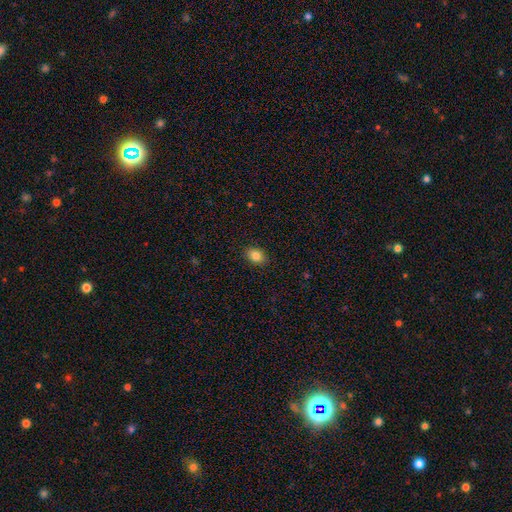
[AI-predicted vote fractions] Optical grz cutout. It shows a smooth galaxy with no disk features (85%) that is in between round and cigar-shaped (69%). Merging: none (89%).